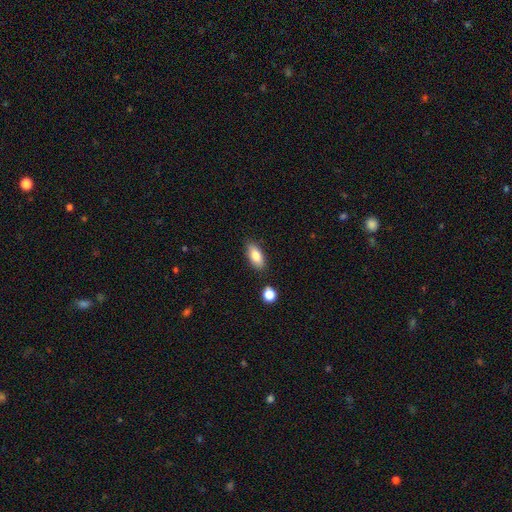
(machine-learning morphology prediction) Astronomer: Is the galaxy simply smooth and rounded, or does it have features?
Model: smooth — 81%.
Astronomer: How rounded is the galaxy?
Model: in between — 84%.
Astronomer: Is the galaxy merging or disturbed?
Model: none — 84%.